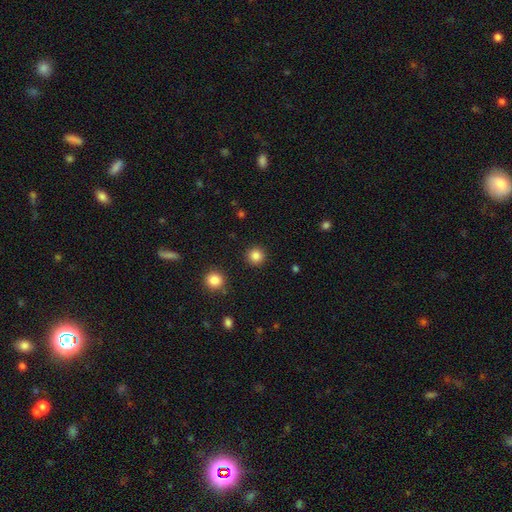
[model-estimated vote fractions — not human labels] Morphology: type=smooth (85%); roundness=round (95%); merging=none (92%).